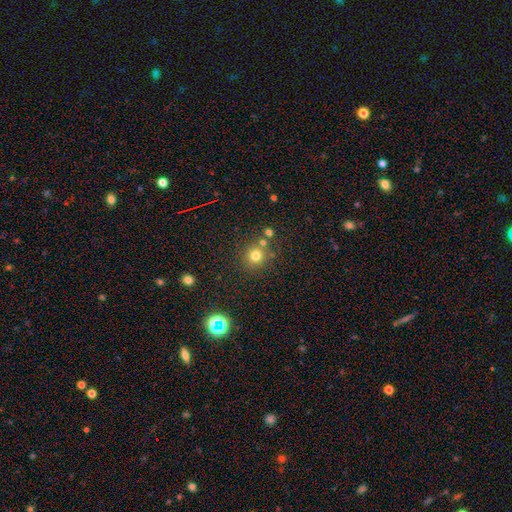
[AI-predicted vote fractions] A smooth galaxy with no disk features (75%) that is round (90%).

Vote fractions:
- Smooth or featured? smooth: 75% / star or artifact: 17% / featured or disk: 7%
- How rounded? round: 90% / in between: 9% / cigar-shaped: 1%
- Merging? none: 75% / merger: 12% / minor disturbance: 9% / major disturbance: 3%